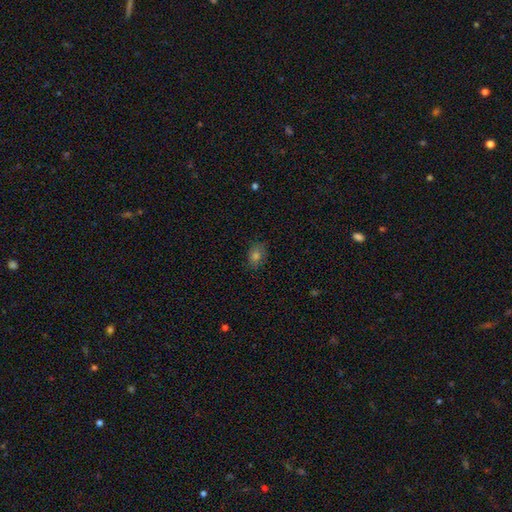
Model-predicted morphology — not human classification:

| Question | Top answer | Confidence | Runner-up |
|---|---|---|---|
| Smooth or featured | smooth | 67% | star or artifact (21%) |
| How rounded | in between | 57% | round (42%) |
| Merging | none | 81% | minor disturbance (14%) |